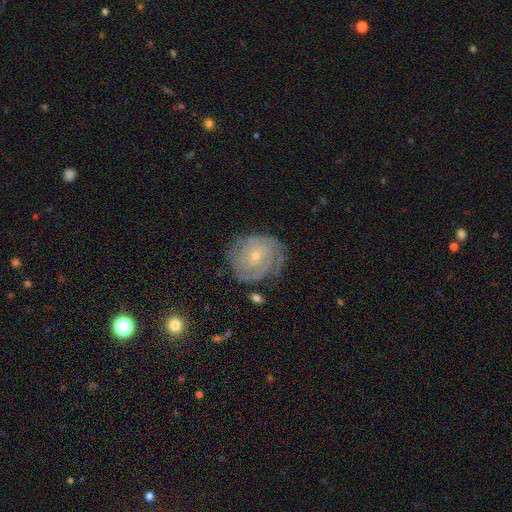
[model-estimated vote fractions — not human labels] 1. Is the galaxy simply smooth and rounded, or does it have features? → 85% featured or disk, 9% smooth, 6% star or artifact.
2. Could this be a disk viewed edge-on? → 98% no, 2% yes.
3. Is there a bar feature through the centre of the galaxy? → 65% no, 28% weak, 6% strong.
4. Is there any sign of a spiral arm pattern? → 96% yes, 4% no.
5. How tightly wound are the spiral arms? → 78% tight, 18% medium, 4% loose.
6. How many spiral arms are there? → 28% can't tell, 24% 2, 23% 3, 13% 4, 6% 1, 6% more than 4.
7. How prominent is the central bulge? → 76% small, 21% moderate, 1% none, 1% large, 1% dominant.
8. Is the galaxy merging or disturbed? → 73% none, 18% minor disturbance, 7% major disturbance, 2% merger.